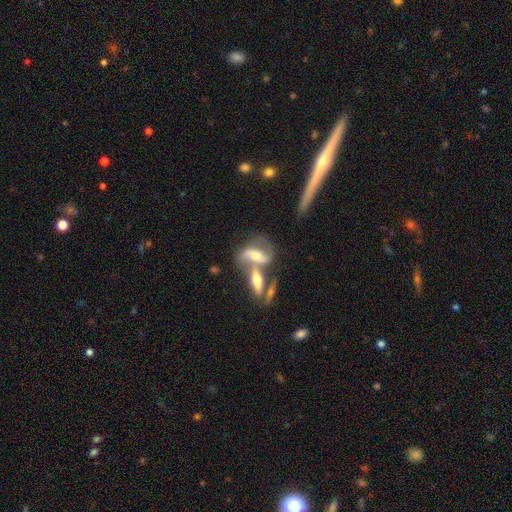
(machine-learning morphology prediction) Overall: featured or disk (68%). Edge-on disk: no (84%). Bar: weak (37%; no 33%). Spiral arms: yes (84%). Bulge size: moderate (59%; small 28%). Merging: merger (52%; none 31%).